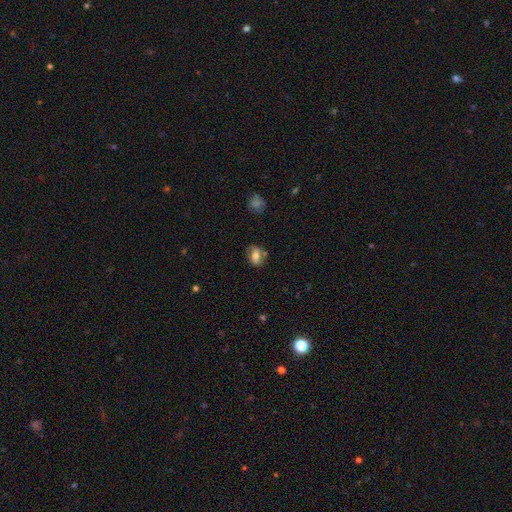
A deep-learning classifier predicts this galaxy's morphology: Smooth or featured: smooth — 63% (featured or disk — 28%)
How rounded: in between — 65% (round — 32%)
Merging: none — 66% (minor disturbance — 22%)